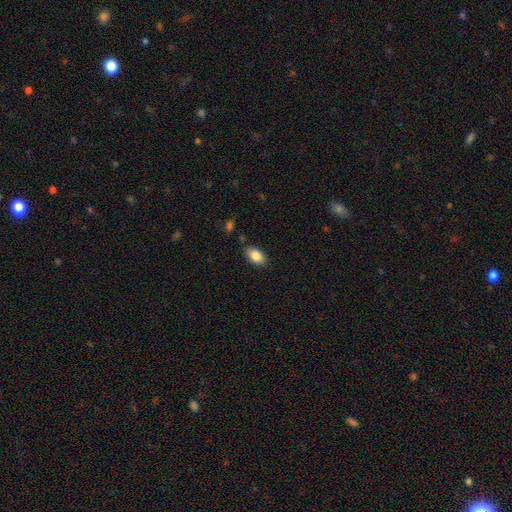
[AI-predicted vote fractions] smooth_or_featured: smooth (p=0.85) [alt: featured or disk p=0.07]
how_rounded: in between (p=0.92) [alt: round p=0.06]
merging: none (p=0.86) [alt: minor disturbance p=0.10]